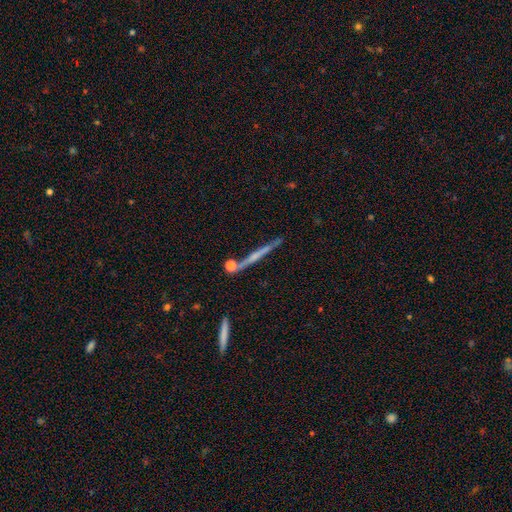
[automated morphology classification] Q: Smooth or featured?
A: featured or disk (61%); runner-up: smooth (32%)
Q: Edge-on disk?
A: yes (97%); runner-up: no (3%)
Q: Edge-on bulge?
A: none (59%); runner-up: rounded (31%)
Q: Merging?
A: none (81%); runner-up: minor disturbance (9%)